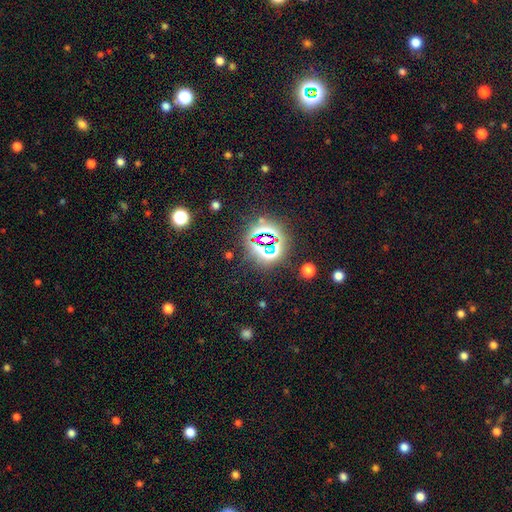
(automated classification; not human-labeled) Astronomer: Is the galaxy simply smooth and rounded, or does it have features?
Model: star or artifact — 78%.